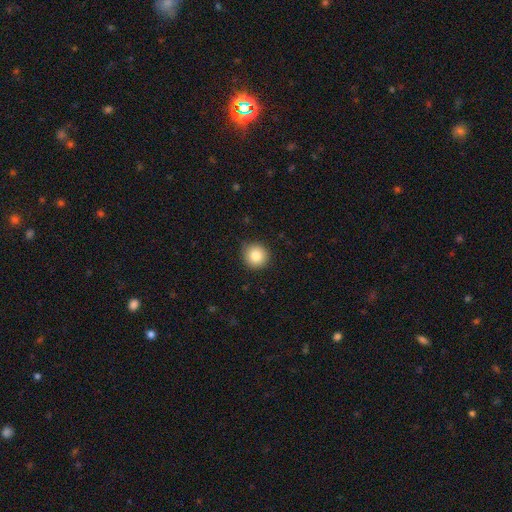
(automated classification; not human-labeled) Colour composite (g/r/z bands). It shows a smooth galaxy with no disk features (83%) that is round (94%). Merging: none (88%).